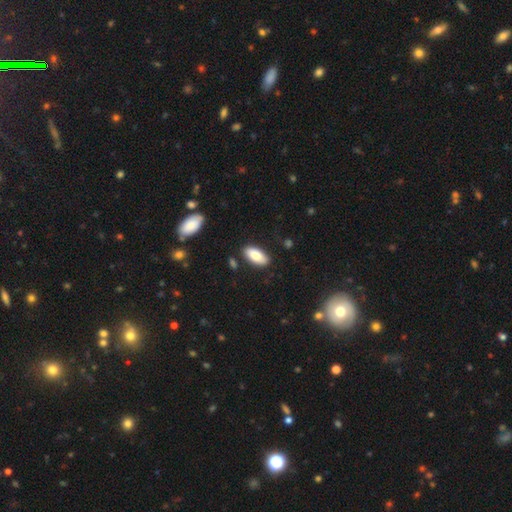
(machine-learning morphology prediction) Smooth or featured? smooth (80%)
How rounded? in between (90%)
Merging? none (86%)